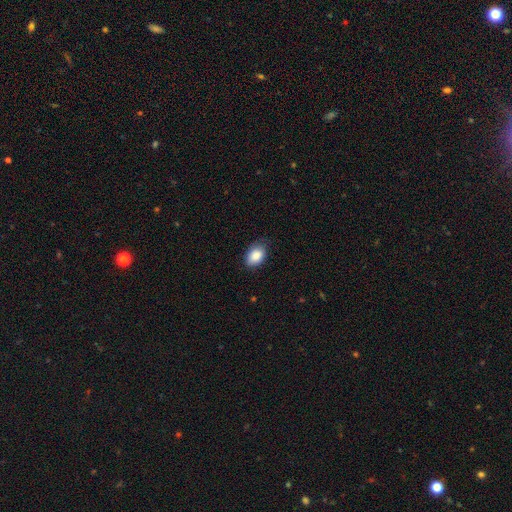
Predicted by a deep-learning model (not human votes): Smooth or featured: smooth — 88% (star or artifact — 7%)
How rounded: in between — 84% (round — 15%)
Merging: none — 75% (minor disturbance — 20%)